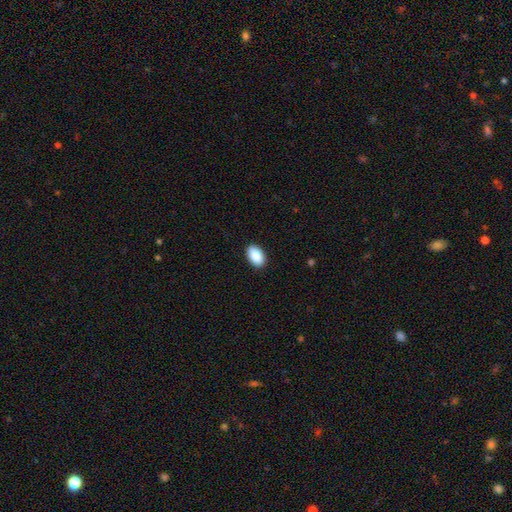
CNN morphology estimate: smooth-or-featured: smooth: 90% | star or artifact: 7% | featured or disk: 3%
  how-rounded: in between: 94% | round: 5% | cigar-shaped: 1%
  merging: none: 90% | minor disturbance: 7% | major disturbance: 2% | merger: 1%